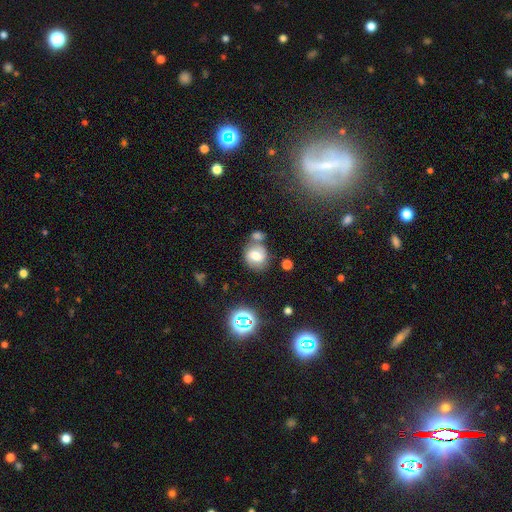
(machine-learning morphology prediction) This is likely a smooth galaxy (64%). How rounded: likely round (73%). Merging: possibly none (54%).